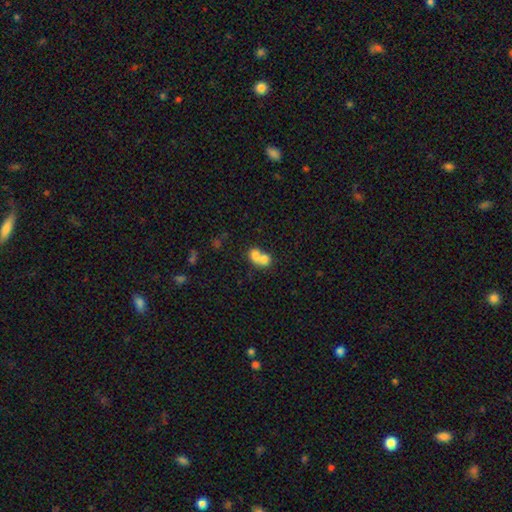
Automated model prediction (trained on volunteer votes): Smooth or featured? smooth (72%)
How rounded? round (59%)
Merging? merger (73%)